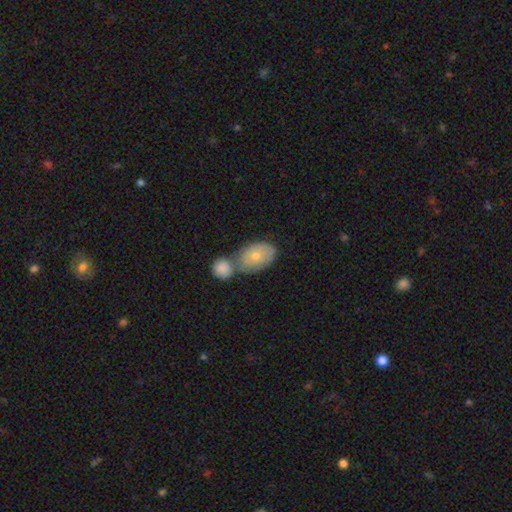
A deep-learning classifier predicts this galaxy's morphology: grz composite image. It shows a smooth galaxy with no disk features (63%) that is in between round and cigar-shaped (82%). Merging: merger (47%).